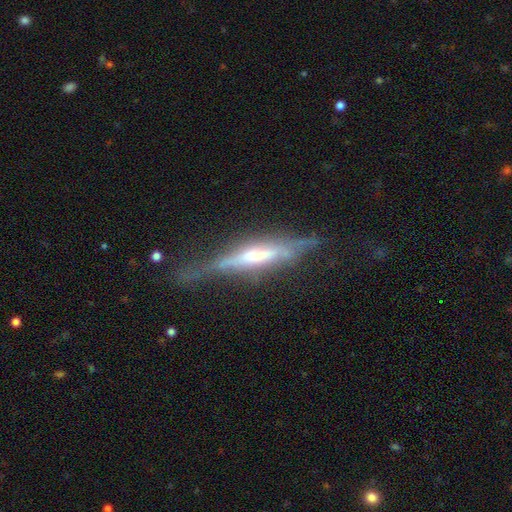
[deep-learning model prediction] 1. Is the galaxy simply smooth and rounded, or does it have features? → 73% featured or disk, 20% smooth, 7% star or artifact.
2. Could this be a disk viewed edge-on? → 91% yes, 9% no.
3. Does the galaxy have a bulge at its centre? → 41% boxy, 36% rounded, 23% none.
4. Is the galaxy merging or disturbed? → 57% none, 26% minor disturbance, 14% major disturbance, 3% merger.